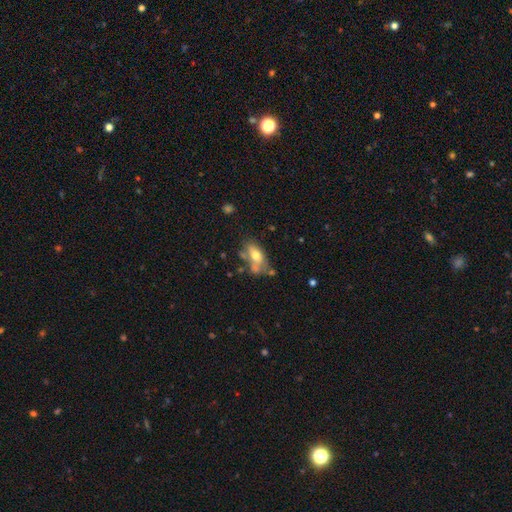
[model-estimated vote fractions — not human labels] Morphology: type=smooth (61%); roundness=in between (85%); merging=none (39%).